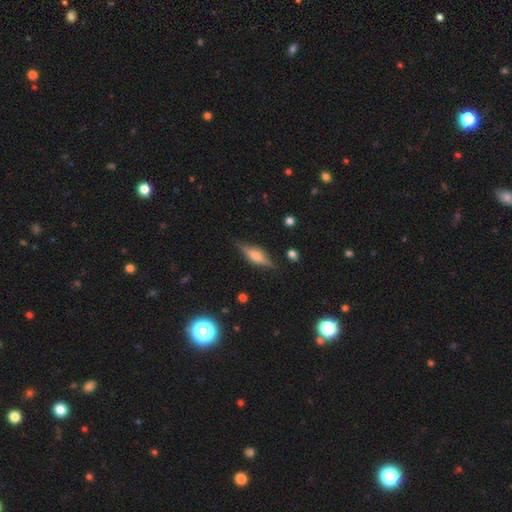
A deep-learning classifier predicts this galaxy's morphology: smooth-or-featured: featured or disk: 68% | smooth: 24% | star or artifact: 8%
  disk-edge-on: yes: 95% | no: 5%
    edge-on-bulge: rounded: 77% | boxy: 19% | none: 4%
  merging: none: 84% | minor disturbance: 11% | major disturbance: 3% | merger: 1%